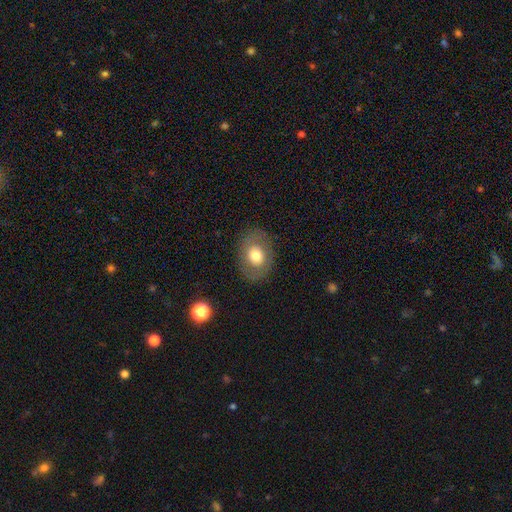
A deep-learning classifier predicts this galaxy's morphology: This is likely a smooth galaxy (67%). How rounded: possibly in between (58%). Merging: clearly none (84%).